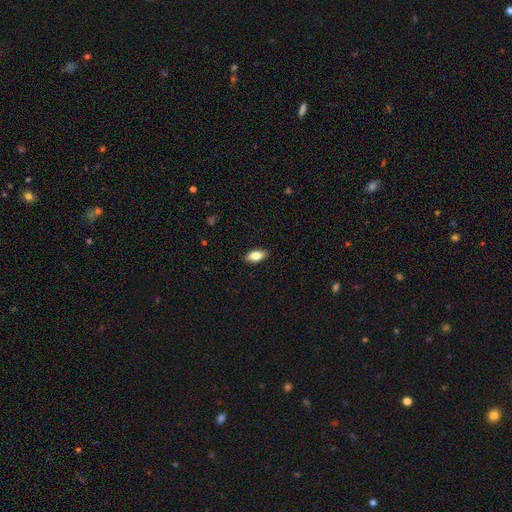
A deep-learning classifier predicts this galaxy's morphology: Smooth or featured? Predicted: smooth (p=0.81). How rounded? Predicted: in between (p=0.89). Merging? Predicted: none (p=0.90).